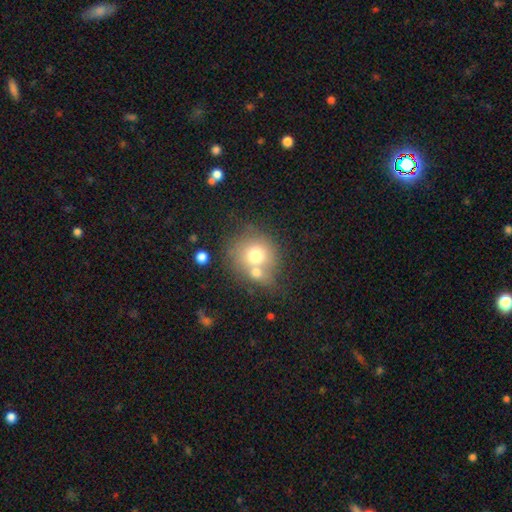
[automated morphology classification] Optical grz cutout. It shows a smooth galaxy with no disk features (69%) that is round (83%). Merging: merger (43%).